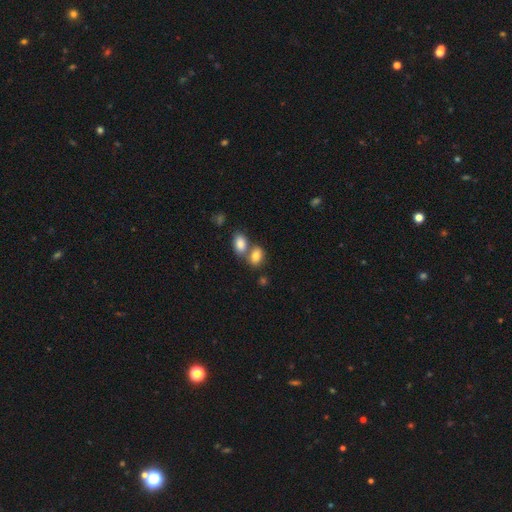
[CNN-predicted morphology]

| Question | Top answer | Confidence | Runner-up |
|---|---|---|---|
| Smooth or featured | smooth | 81% | featured or disk (10%) |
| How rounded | in between | 81% | round (17%) |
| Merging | merger | 47% | none (41%) |